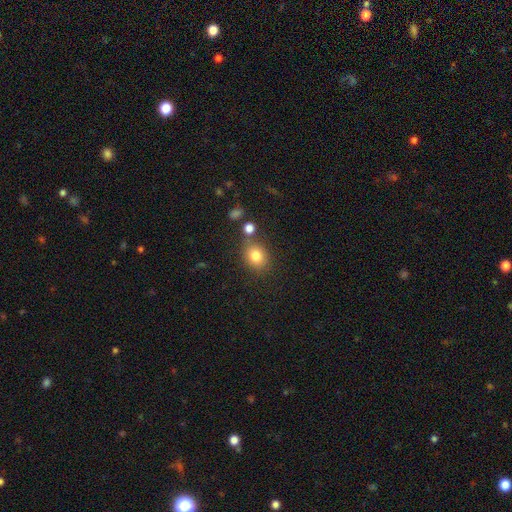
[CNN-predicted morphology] Smooth or featured? smooth (80%)
How rounded? round (64%)
Merging? none (74%)